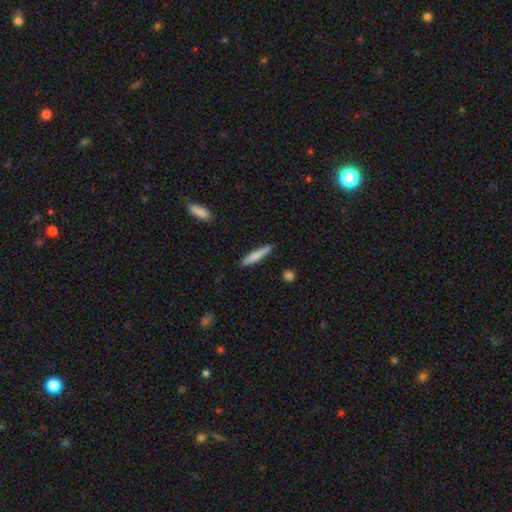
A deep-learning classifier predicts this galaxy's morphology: smooth 76%, featured or disk 18%, star or artifact 6%. Down the decision tree: how rounded — cigar-shaped (92%); merging — none (89%).